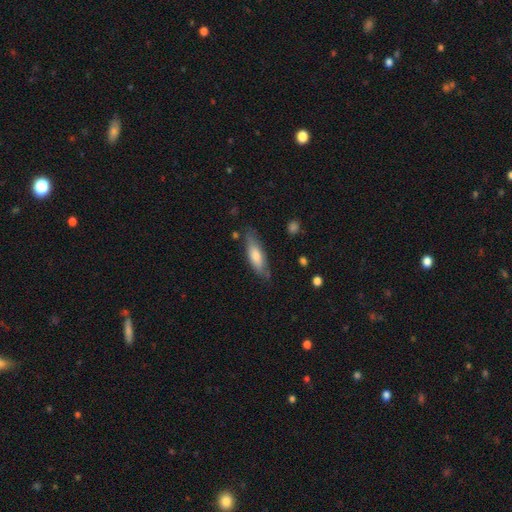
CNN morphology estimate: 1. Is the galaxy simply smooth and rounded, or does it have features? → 66% smooth, 28% featured or disk, 6% star or artifact.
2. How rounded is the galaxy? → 51% in between, 48% cigar-shaped, 2% round.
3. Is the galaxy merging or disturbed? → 74% none, 19% minor disturbance, 4% major disturbance, 2% merger.